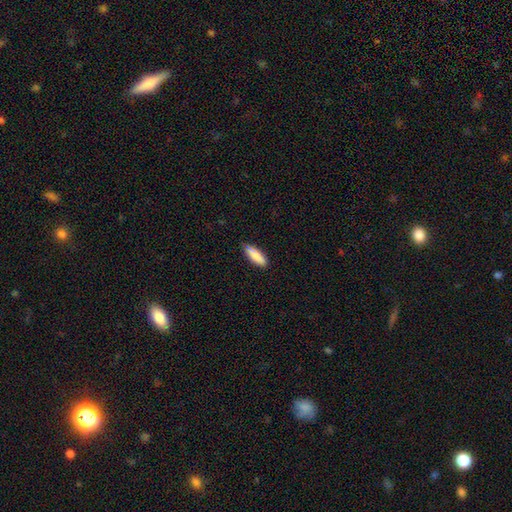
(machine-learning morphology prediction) This appears to be a smooth galaxy with no disk features (86%) that is in between round and cigar-shaped (50%). Merging: none (83%).